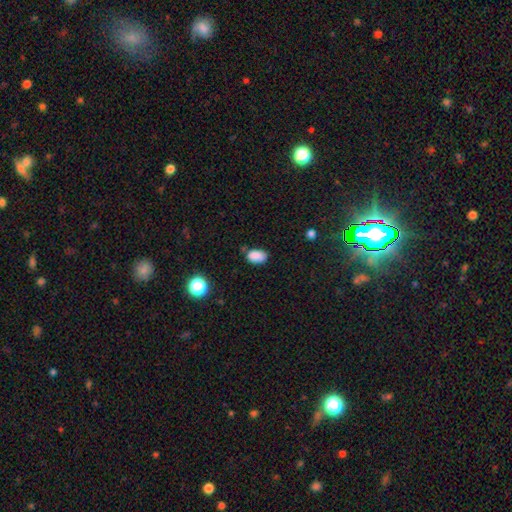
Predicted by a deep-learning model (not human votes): Smooth or featured? Predicted: smooth (p=0.85). How rounded? Predicted: in between (p=0.87). Merging? Predicted: none (p=0.68).